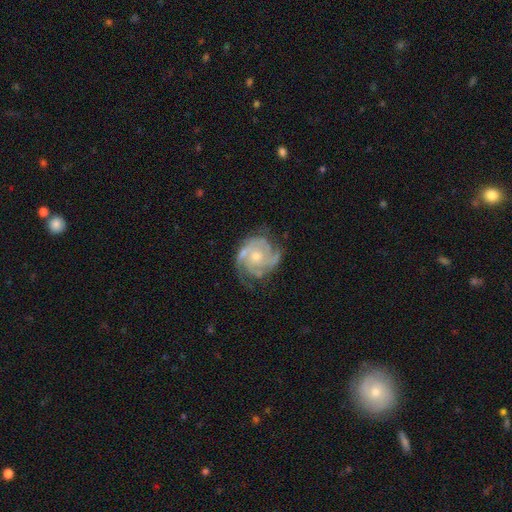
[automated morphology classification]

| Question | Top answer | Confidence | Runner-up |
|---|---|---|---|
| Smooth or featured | featured or disk | 89% | smooth (7%) |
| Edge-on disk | no | 98% | yes (2%) |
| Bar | no | 77% | weak (19%) |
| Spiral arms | yes | 97% | no (3%) |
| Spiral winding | tight | 60% | medium (34%) |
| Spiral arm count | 3 | 43% | 2 (21%) |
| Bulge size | small | 49% | moderate (47%) |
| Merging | none | 67% | minor disturbance (21%) |